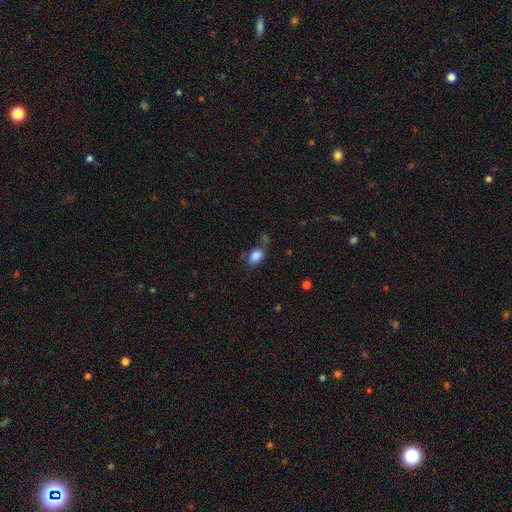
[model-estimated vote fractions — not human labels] Morphology: type=smooth (85%); roundness=in between (86%); merging=none (62%).